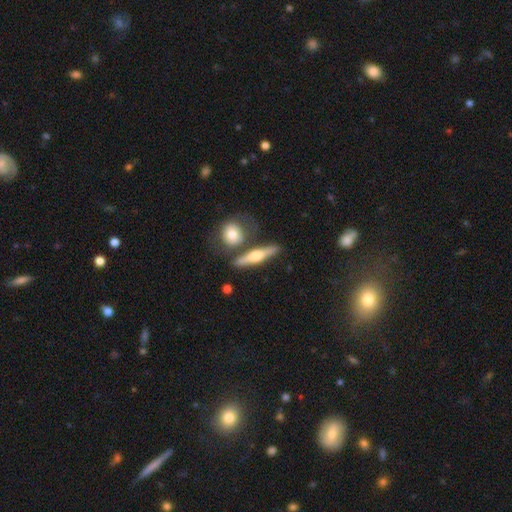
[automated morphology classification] Smooth or featured?
  - featured or disk: 59% *
  - smooth: 35%
  - star or artifact: 6%
Edge-on disk?
  - yes: 92% *
  - no: 8%
Edge-on bulge?
  - rounded: 92% *
  - boxy: 4%
  - none: 3%
Merging?
  - none: 71% *
  - merger: 14%
  - minor disturbance: 11%
  - major disturbance: 4%